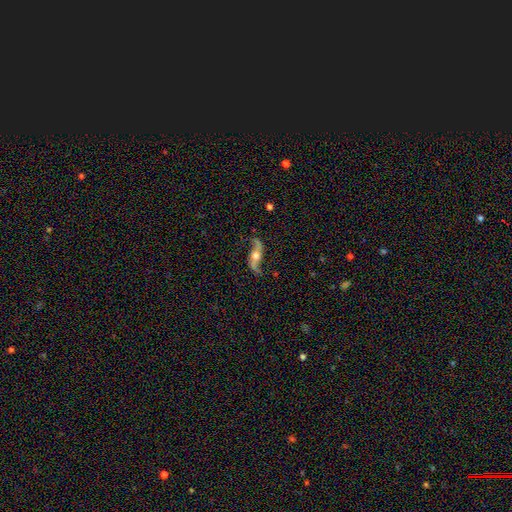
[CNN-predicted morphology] Smooth or featured? Predicted: featured or disk (p=0.86). Edge-on disk? Predicted: no (p=0.84). Bar? Predicted: no (p=0.59). Spiral arms? Predicted: yes (p=0.95). Spiral winding? Predicted: loose (p=0.89). Spiral arm count? Predicted: 2 (p=0.94). Bulge size? Predicted: moderate (p=0.69). Merging? Predicted: none (p=0.77).